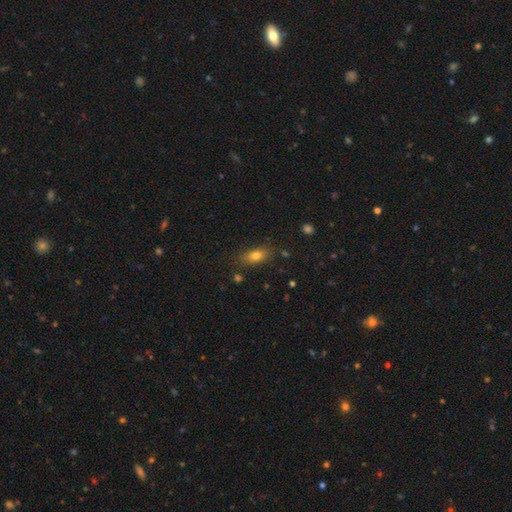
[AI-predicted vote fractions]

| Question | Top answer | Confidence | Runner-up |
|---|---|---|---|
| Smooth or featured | smooth | 75% | featured or disk (14%) |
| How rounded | in between | 77% | cigar-shaped (16%) |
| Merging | none | 80% | minor disturbance (14%) |